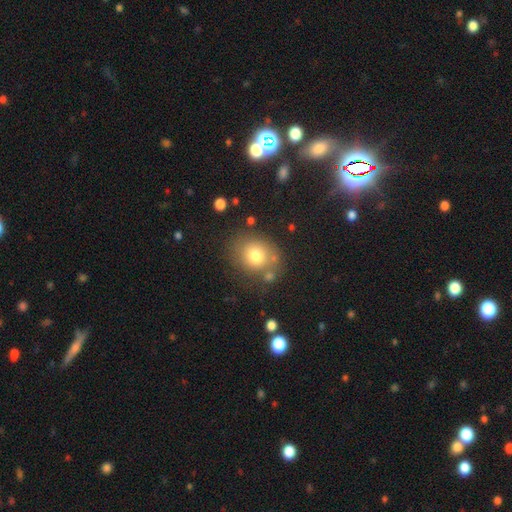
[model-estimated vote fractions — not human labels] smooth 76%, featured or disk 12%, star or artifact 12%. Down the decision tree: how rounded — round (67%); merging — none (71%).